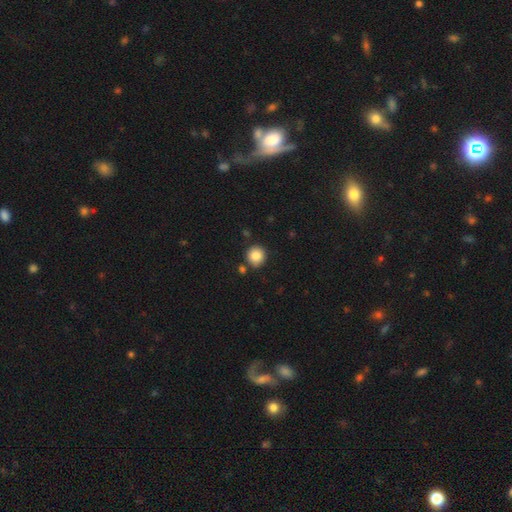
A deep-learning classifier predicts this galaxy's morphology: Q: Smooth or featured?
A: smooth (86%); runner-up: star or artifact (9%)
Q: How rounded?
A: round (92%); runner-up: in between (7%)
Q: Merging?
A: none (83%); runner-up: minor disturbance (9%)